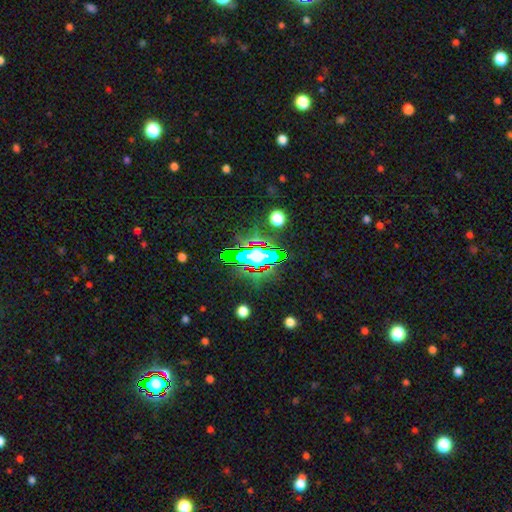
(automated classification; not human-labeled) Smooth or featured? Predicted: star or artifact (p=0.56).